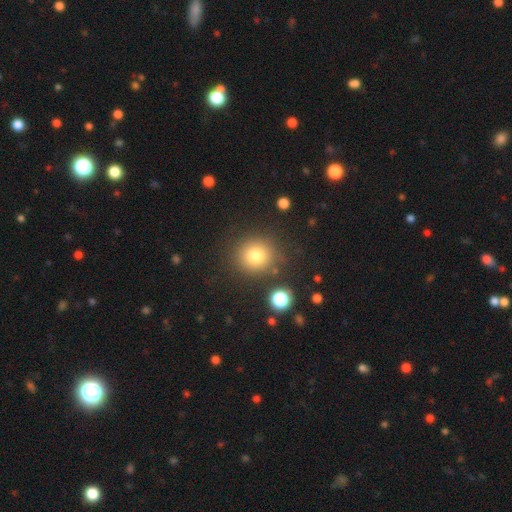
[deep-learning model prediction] Morphology: type=smooth (78%); roundness=round (89%); merging=none (84%).